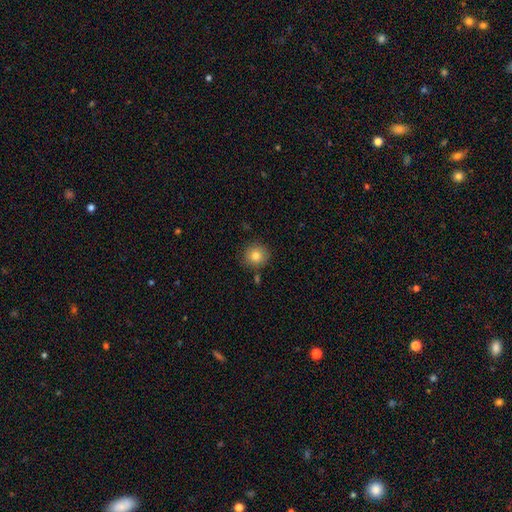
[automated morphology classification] type=smooth (81%); roundness=round (91%); merging=none (85%).